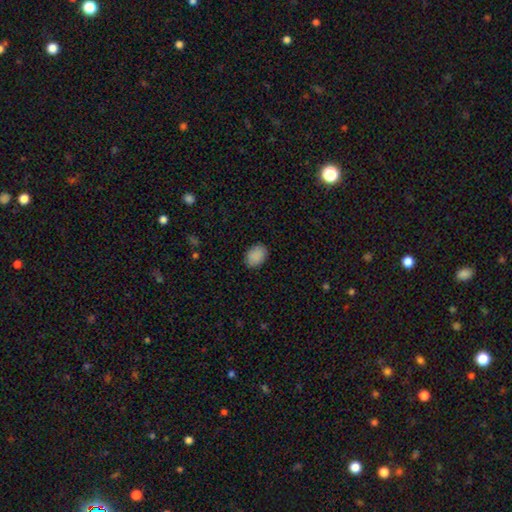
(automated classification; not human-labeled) A smooth galaxy with no disk features (89%) that is in between round and cigar-shaped (74%). Merging: none (87%).